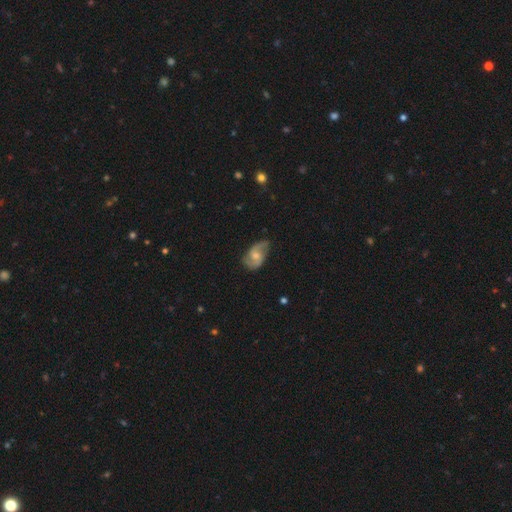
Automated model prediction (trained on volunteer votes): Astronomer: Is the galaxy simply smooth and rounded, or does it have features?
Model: featured or disk — 77%.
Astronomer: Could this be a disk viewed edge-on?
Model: no — 97%.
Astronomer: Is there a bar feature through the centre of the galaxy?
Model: no — 51% (runner-up: weak, 42%).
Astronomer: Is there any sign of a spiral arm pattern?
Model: yes — 94%.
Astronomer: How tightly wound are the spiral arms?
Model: loose — 45% (runner-up: medium, 42%).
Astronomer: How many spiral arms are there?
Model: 2 — 89%.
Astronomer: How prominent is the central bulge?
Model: moderate — 52% (runner-up: small, 37%).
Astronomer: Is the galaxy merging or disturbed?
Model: none — 68%.